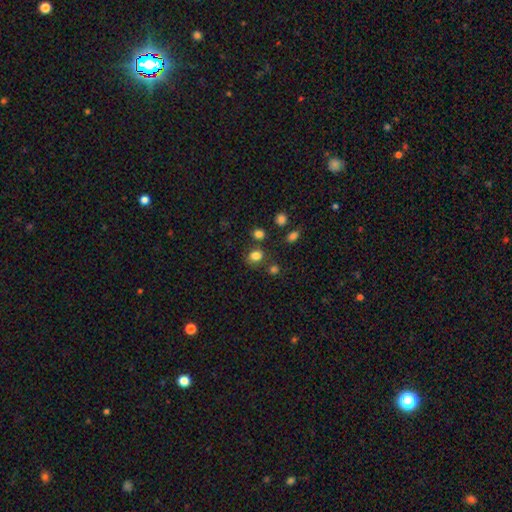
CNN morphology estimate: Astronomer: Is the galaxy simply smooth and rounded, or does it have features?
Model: smooth — 81%.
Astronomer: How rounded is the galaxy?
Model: round — 58% (runner-up: in between, 41%).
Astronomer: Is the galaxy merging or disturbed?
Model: none — 71%.